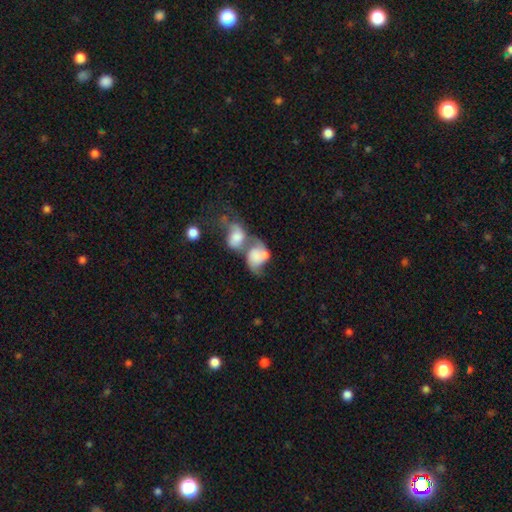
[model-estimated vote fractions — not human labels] Overall: smooth (59%; featured or disk 32%). How rounded: in between (66%; round 32%). Merging: merger (72%).